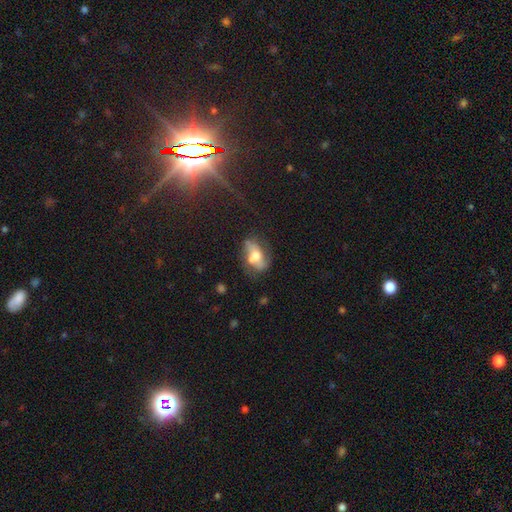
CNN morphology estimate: smooth_or_featured: featured or disk (p=0.46) [alt: smooth p=0.44]
merging: none (p=0.42) [alt: merger p=0.23]